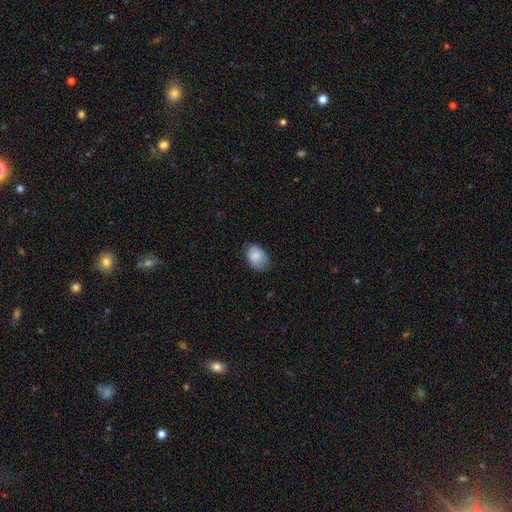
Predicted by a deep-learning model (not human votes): smooth_or_featured: smooth (p=0.85) [alt: featured or disk p=0.07]
how_rounded: in between (p=0.79) [alt: round p=0.20]
merging: none (p=0.67) [alt: minor disturbance p=0.26]